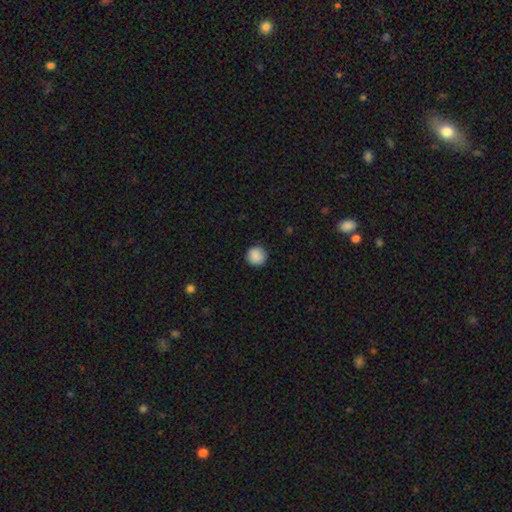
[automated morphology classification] Smooth or featured? smooth (89%)
How rounded? round (95%)
Merging? none (90%)